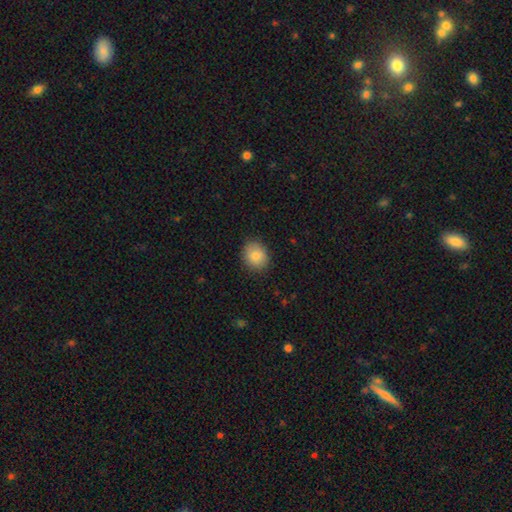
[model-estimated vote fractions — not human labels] smooth_or_featured: smooth (p=0.85) [alt: star or artifact p=0.08]
how_rounded: round (p=0.61) [alt: in between p=0.38]
merging: none (p=0.87) [alt: minor disturbance p=0.10]